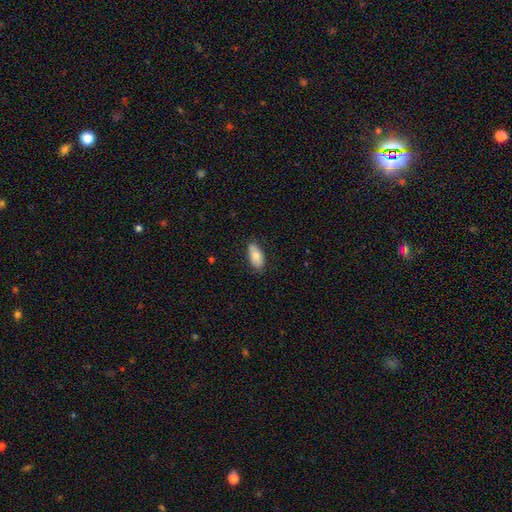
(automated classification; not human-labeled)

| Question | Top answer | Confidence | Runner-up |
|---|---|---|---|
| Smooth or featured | smooth | 75% | featured or disk (19%) |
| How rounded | in between | 91% | cigar-shaped (6%) |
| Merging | none | 82% | minor disturbance (14%) |